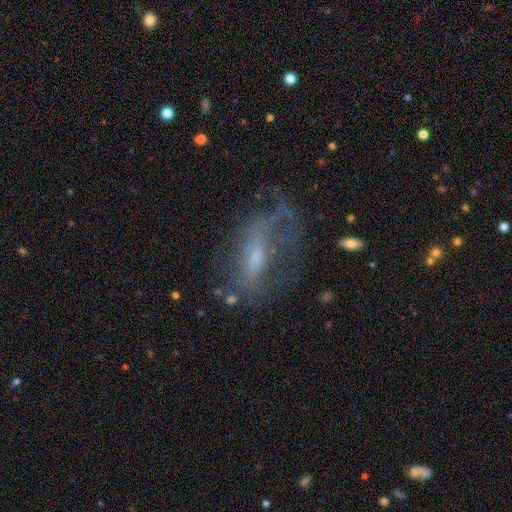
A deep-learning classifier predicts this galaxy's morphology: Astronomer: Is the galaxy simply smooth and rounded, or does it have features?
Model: featured or disk — 59%.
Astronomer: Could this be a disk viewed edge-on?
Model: no — 85%.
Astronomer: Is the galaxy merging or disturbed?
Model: none — 46% (runner-up: major disturbance, 29%).